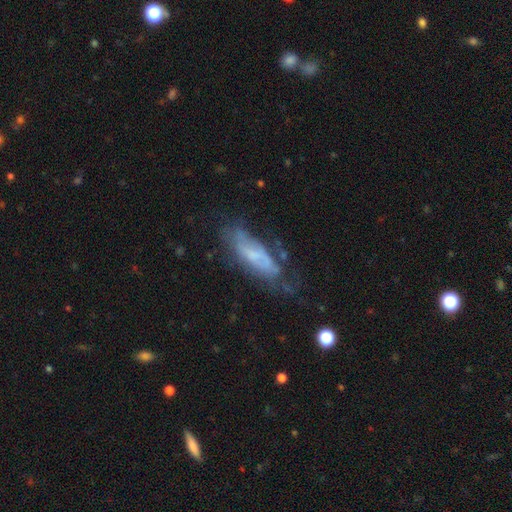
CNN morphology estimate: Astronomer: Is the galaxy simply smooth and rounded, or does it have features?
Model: featured or disk — 58%.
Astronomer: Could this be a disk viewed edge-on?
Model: no — 76%.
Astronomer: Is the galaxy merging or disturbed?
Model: none — 47% (runner-up: minor disturbance, 28%).